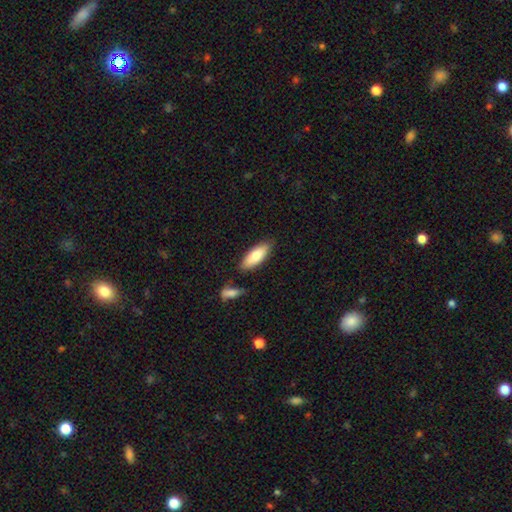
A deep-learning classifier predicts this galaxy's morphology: smooth 82%, featured or disk 13%, star or artifact 6%. Down the decision tree: how rounded — in between (74%); merging — none (79%).